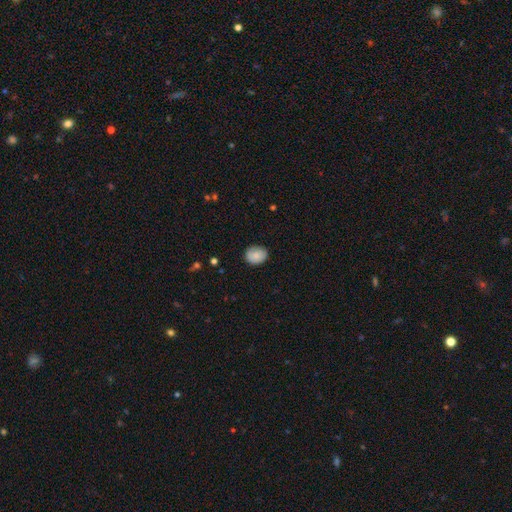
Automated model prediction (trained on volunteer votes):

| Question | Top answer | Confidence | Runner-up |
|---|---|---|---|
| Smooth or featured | smooth | 85% | featured or disk (8%) |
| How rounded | round | 51% | in between (48%) |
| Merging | none | 81% | minor disturbance (15%) |